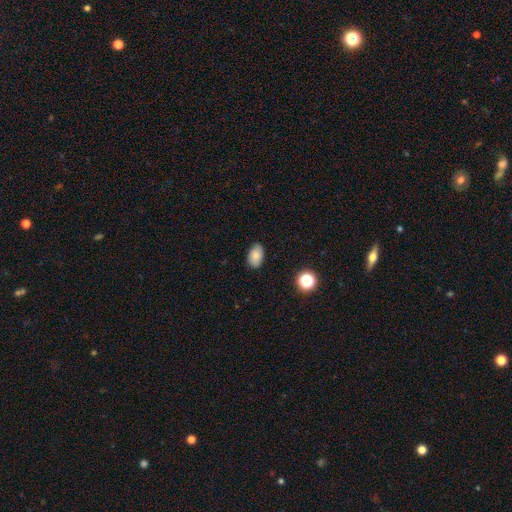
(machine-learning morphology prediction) Q: Smooth or featured?
A: smooth (82%); runner-up: star or artifact (10%)
Q: How rounded?
A: in between (90%); runner-up: round (9%)
Q: Merging?
A: none (85%); runner-up: minor disturbance (12%)